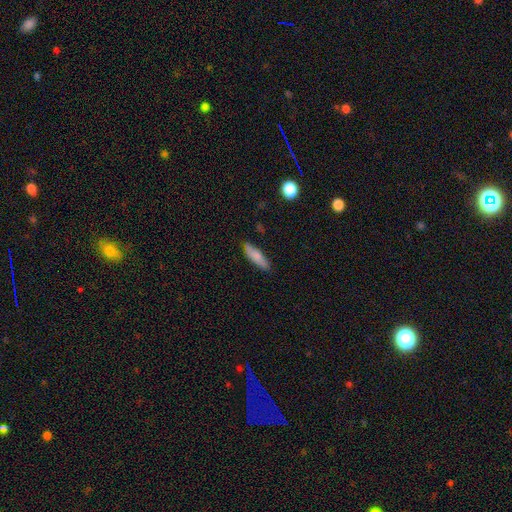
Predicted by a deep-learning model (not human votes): Smooth or featured? Predicted: smooth (p=0.79). How rounded? Predicted: cigar-shaped (p=0.59). Merging? Predicted: none (p=0.81).